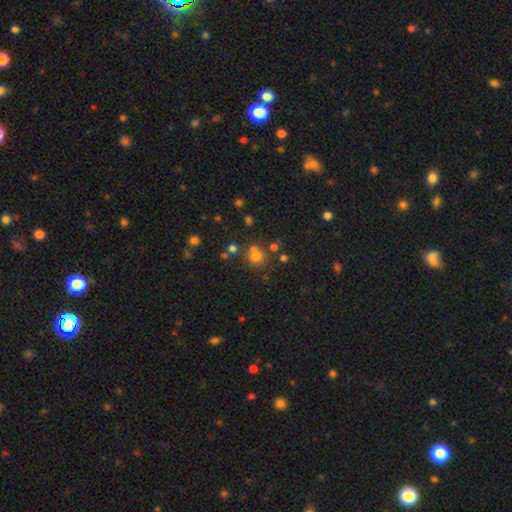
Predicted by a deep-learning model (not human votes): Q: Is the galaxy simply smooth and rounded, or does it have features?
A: smooth — 65%.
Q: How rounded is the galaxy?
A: round — 88%.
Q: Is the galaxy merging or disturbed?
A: none — 62%.